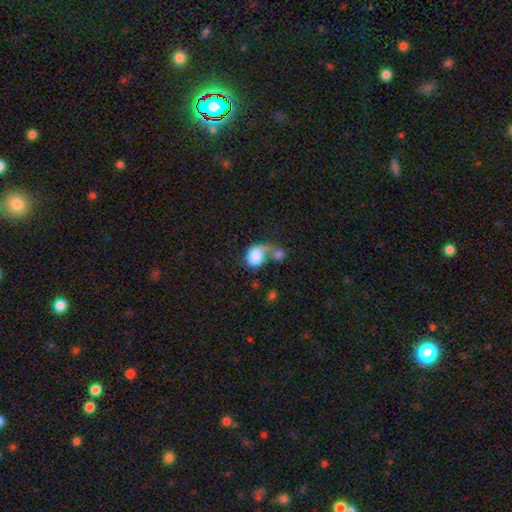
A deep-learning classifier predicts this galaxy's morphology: smooth 80%, featured or disk 13%, star or artifact 7%. Down the decision tree: how rounded — round (54%); merging — merger (54%).